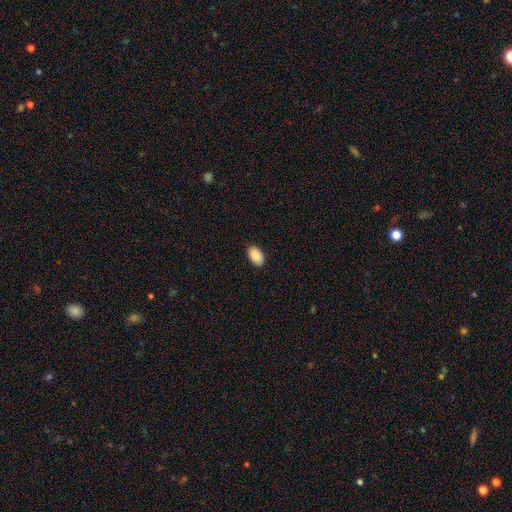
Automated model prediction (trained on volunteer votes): Overall: smooth (89%). How rounded: in between (94%). Merging: none (88%).